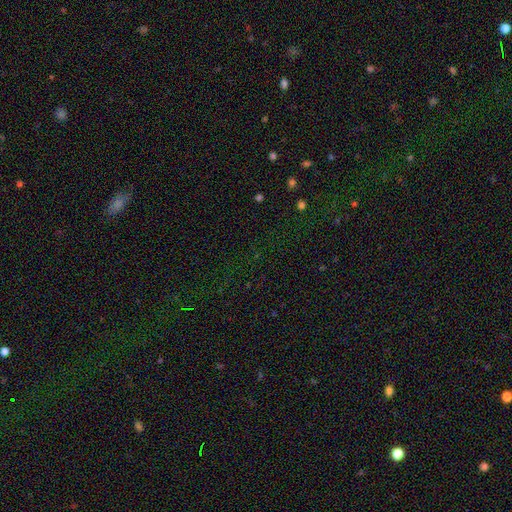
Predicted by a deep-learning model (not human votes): This appears to be a star or artifact, not a galaxy (72%).